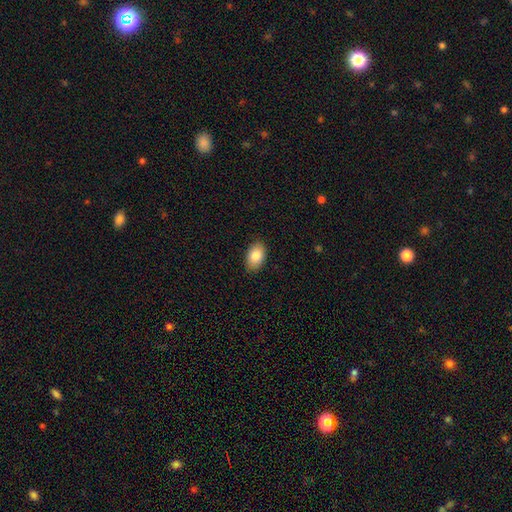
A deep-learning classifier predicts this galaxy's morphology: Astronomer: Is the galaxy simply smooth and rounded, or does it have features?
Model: smooth — 85%.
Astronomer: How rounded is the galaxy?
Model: in between — 91%.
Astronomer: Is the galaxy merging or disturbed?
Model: none — 87%.